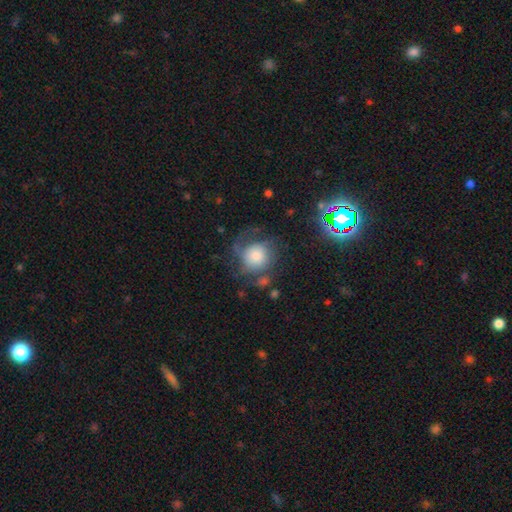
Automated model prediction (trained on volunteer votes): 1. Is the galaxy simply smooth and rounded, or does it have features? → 45% smooth, 43% featured or disk, 13% star or artifact.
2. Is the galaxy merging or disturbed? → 52% none, 23% major disturbance, 22% minor disturbance, 3% merger.